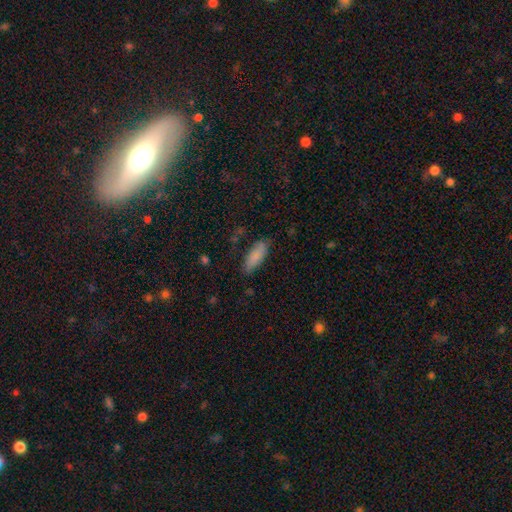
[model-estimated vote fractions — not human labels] A smooth galaxy with no disk features (85%) that is in between round and cigar-shaped (62%).

Vote fractions:
- Smooth or featured? smooth: 85% / featured or disk: 9% / star or artifact: 6%
- How rounded? in between: 62% / cigar-shaped: 36% / round: 2%
- Merging? none: 79% / minor disturbance: 16% / major disturbance: 4% / merger: 2%